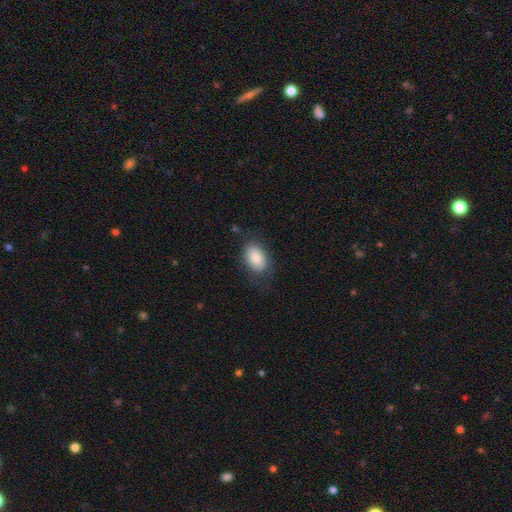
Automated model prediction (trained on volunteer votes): Smooth or featured? smooth (85%)
How rounded? in between (88%)
Merging? none (75%)